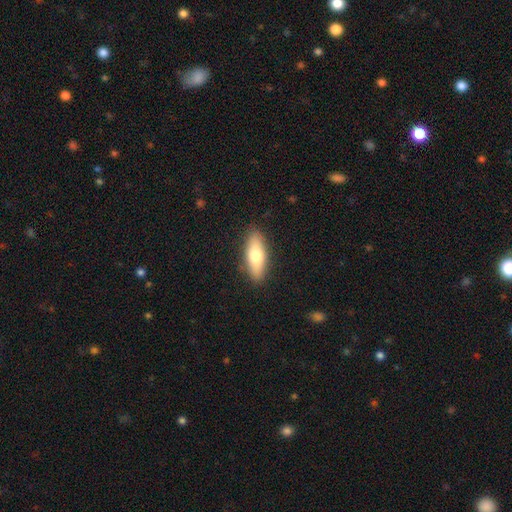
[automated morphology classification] The model was most divided on "how rounded": in between: 61%, cigar-shaped: 36%, round: 3%. More confident: merging — none (88%); smooth or featured — smooth (72%).